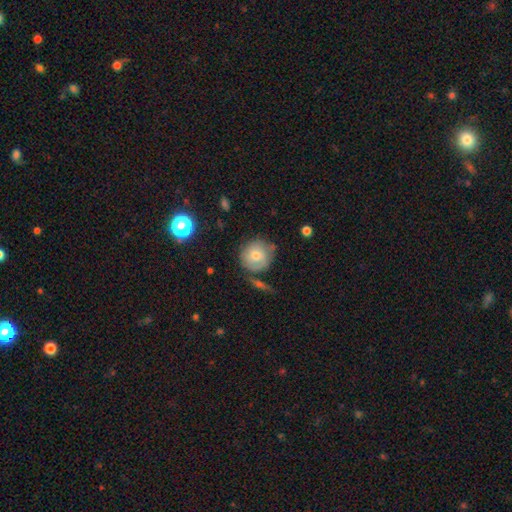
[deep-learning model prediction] Q: Smooth or featured?
A: smooth (59%); runner-up: featured or disk (31%)
Q: How rounded?
A: round (91%); runner-up: in between (8%)
Q: Merging?
A: none (66%); runner-up: minor disturbance (20%)